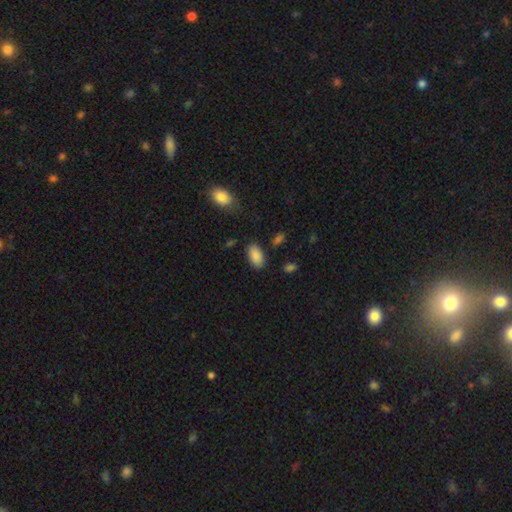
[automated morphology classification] This is clearly a smooth galaxy (88%). How rounded: clearly in between (94%). Merging: clearly none (83%).